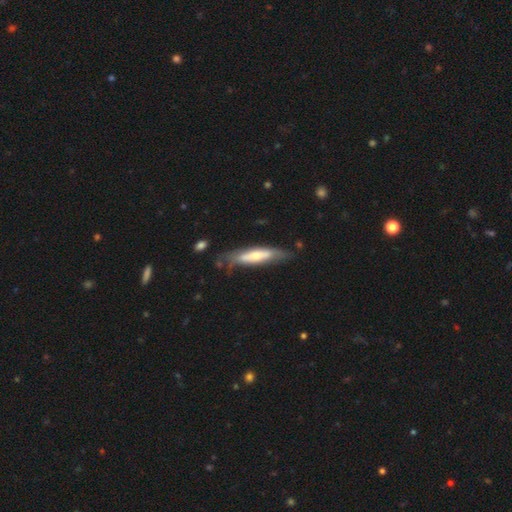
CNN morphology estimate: This appears to be a smooth galaxy with no disk features (49%). Merging: none (67%).